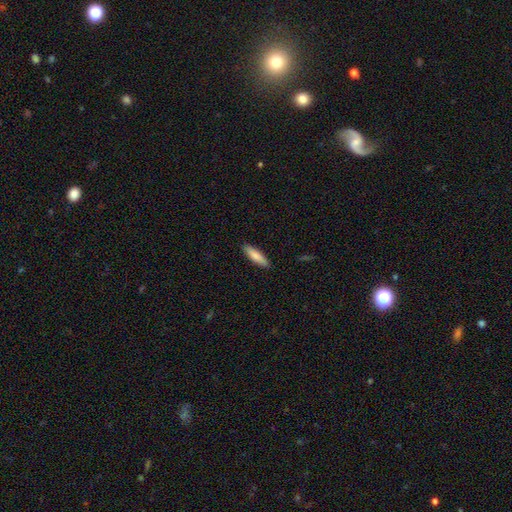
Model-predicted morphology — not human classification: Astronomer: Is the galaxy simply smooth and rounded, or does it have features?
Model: smooth — 84%.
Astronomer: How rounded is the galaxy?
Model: cigar-shaped — 70%.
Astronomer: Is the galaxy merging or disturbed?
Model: none — 90%.